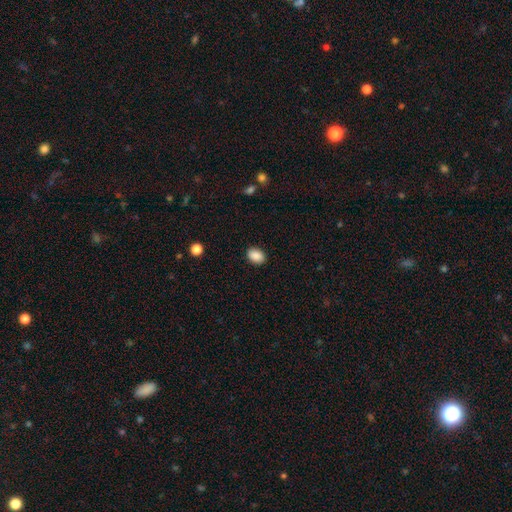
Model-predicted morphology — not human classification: Q: Smooth or featured?
A: smooth (89%); runner-up: star or artifact (8%)
Q: How rounded?
A: in between (75%); runner-up: round (24%)
Q: Merging?
A: none (88%); runner-up: minor disturbance (9%)